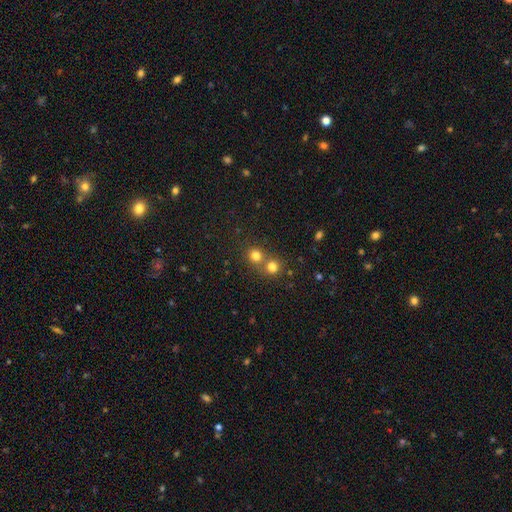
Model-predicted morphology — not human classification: Smooth or featured? smooth (77%)
How rounded? round (83%)
Merging? none (47%)